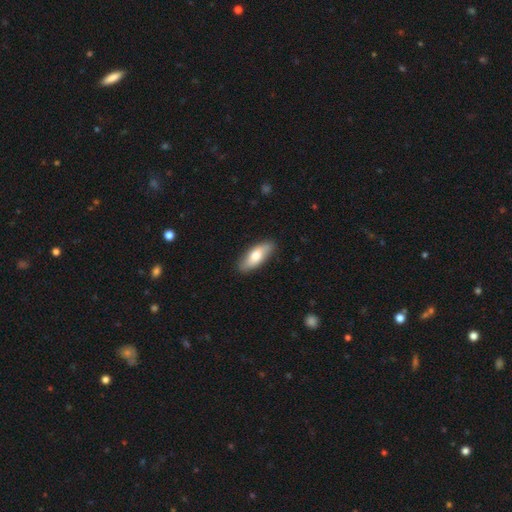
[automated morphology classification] This is likely a smooth galaxy (72%). How rounded: likely in between (72%). Merging: clearly none (86%).